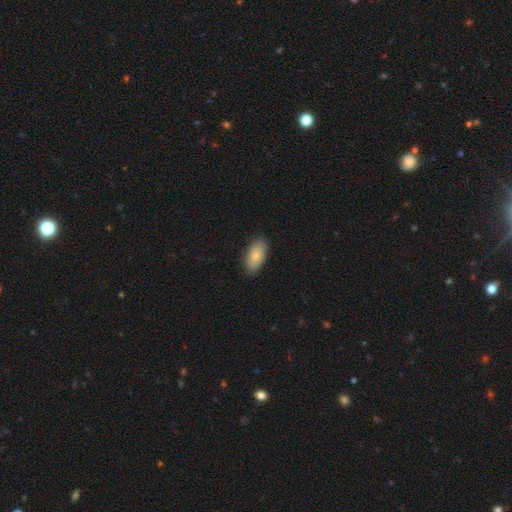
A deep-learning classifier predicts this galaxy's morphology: Smooth or featured? smooth (80%)
How rounded? in between (93%)
Merging? none (83%)